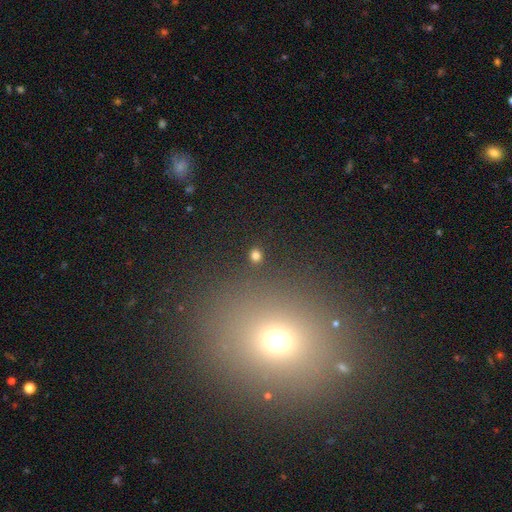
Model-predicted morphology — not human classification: A smooth galaxy with no disk features (79%) that is round (71%).

Vote fractions:
- Smooth or featured? smooth: 79% / star or artifact: 16% / featured or disk: 5%
- How rounded? round: 71% / in between: 28% / cigar-shaped: 1%
- Merging? none: 88% / minor disturbance: 6% / merger: 3% / major disturbance: 3%